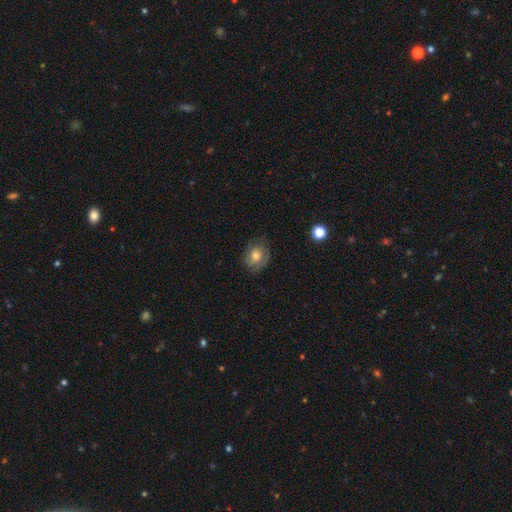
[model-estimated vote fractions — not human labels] Overall: featured or disk (46%; smooth 45%). Merging: none (70%).